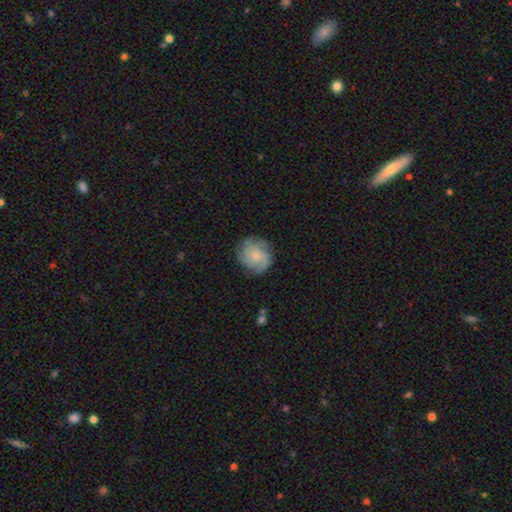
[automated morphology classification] Smooth or featured? featured or disk (63%)
Edge-on disk? no (98%)
Bar? no (74%)
Spiral arms? yes (93%)
Spiral winding? tight (49%)
Spiral arm count? can't tell (30%)
Bulge size? small (51%)
Merging? none (77%)